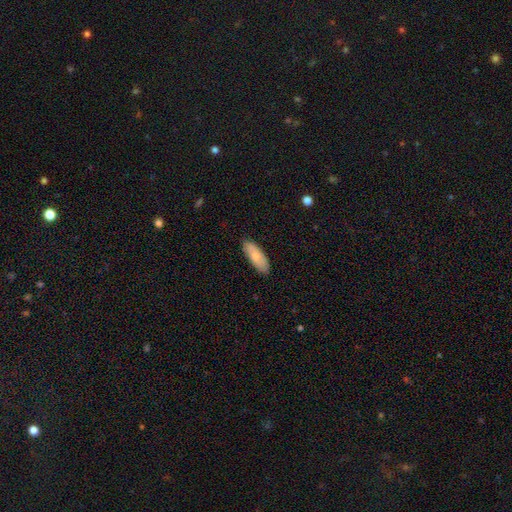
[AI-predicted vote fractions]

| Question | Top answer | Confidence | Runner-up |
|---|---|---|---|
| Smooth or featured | smooth | 73% | featured or disk (22%) |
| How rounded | in between | 74% | cigar-shaped (24%) |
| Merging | none | 85% | minor disturbance (12%) |